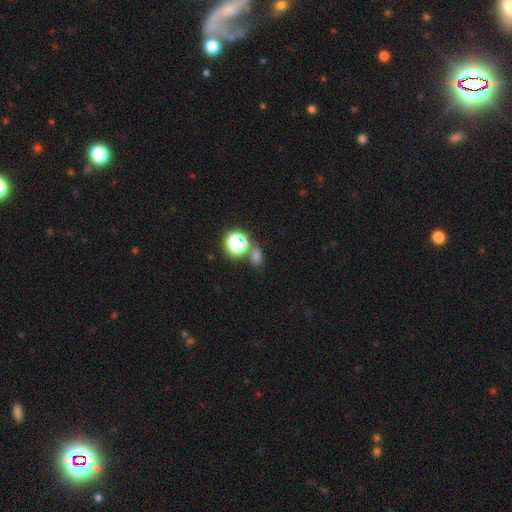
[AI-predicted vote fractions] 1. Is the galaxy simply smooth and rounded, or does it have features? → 60% smooth, 32% star or artifact, 8% featured or disk.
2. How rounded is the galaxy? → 51% in between, 46% round, 2% cigar-shaped.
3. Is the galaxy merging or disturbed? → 67% none, 17% merger, 11% minor disturbance, 4% major disturbance.